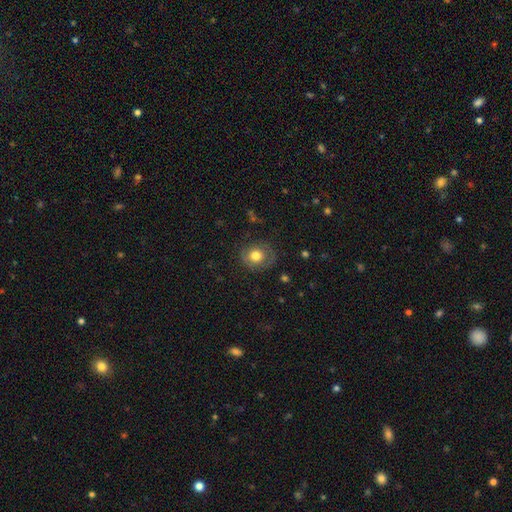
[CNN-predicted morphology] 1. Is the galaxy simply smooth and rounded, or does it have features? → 71% smooth, 19% featured or disk, 9% star or artifact.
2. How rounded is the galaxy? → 72% round, 27% in between, 1% cigar-shaped.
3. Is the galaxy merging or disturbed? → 77% none, 15% minor disturbance, 7% major disturbance, 1% merger.